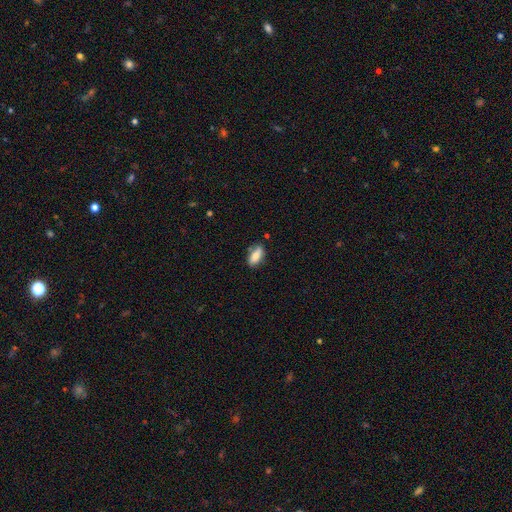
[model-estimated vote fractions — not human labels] This appears to be a smooth galaxy with no disk features (80%) that is in between round and cigar-shaped (84%). Merging: none (71%).